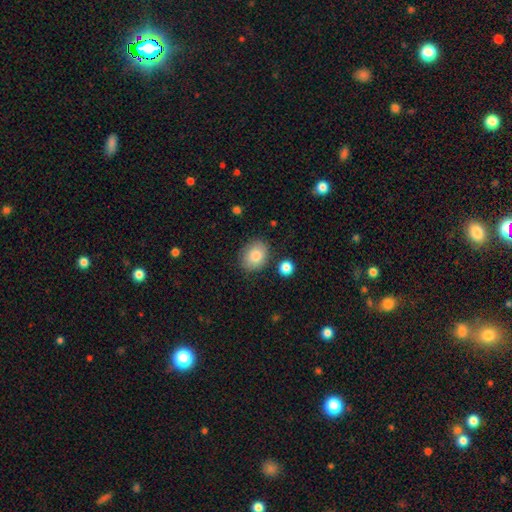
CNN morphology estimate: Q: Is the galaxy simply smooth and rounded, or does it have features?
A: smooth — 82%.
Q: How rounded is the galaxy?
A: in between — 54%.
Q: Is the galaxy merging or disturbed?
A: none — 82%.